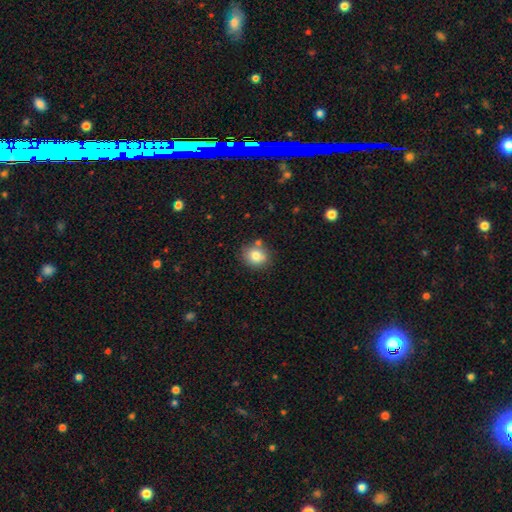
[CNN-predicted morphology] smooth-or-featured: smooth: 80% | star or artifact: 10% | featured or disk: 10%
  how-rounded: round: 69% | in between: 30% | cigar-shaped: 1%
  merging: none: 74% | minor disturbance: 14% | merger: 9% | major disturbance: 3%